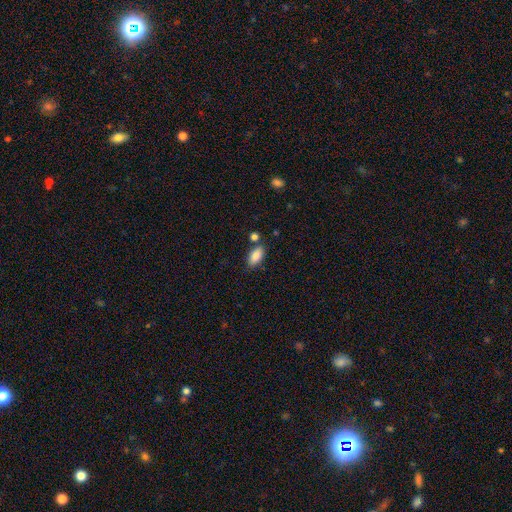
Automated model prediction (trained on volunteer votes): Smooth or featured?
  - smooth: 87% *
  - star or artifact: 7%
  - featured or disk: 6%
How rounded?
  - in between: 91% *
  - cigar-shaped: 5%
  - round: 4%
Merging?
  - none: 74% *
  - minor disturbance: 13%
  - merger: 10%
  - major disturbance: 3%